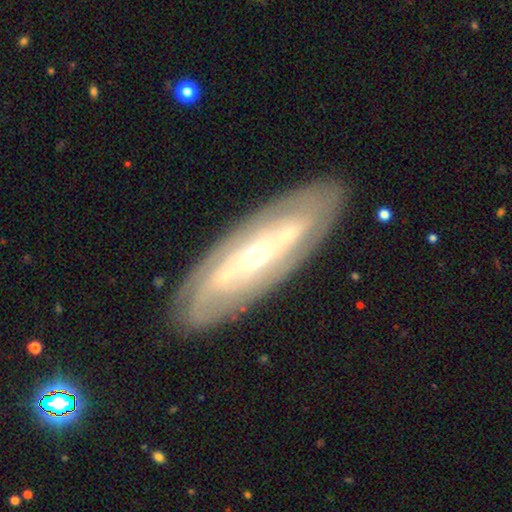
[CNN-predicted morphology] A featured or disk galaxy (78%) with no bar (51%), spiral arms (71%) and a moderate central bulge (49%).

Vote fractions:
- Smooth or featured? featured or disk: 78% / smooth: 16% / star or artifact: 6%
- Edge-on disk? no: 78% / yes: 22%
- Bar? no: 51% / weak: 27% / strong: 22%
- Spiral arms? yes: 71% / no: 29%
- Bulge size? moderate: 49% / small: 45% / large: 4% / dominant: 1% / none: 1%
- Merging? none: 84% / minor disturbance: 11% / major disturbance: 3% / merger: 2%